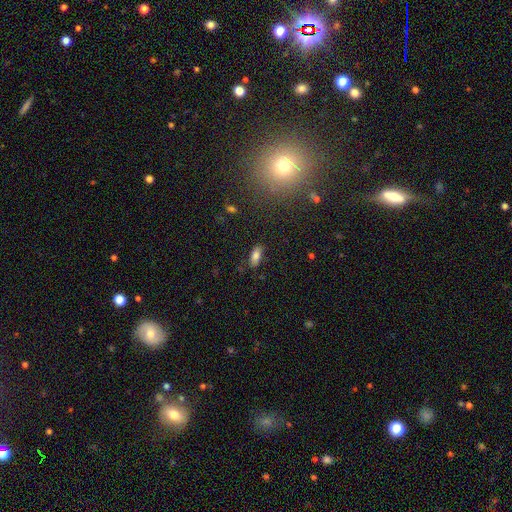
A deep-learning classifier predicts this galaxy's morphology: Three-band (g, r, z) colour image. It shows a smooth galaxy with no disk features (79%) that is in between round and cigar-shaped (83%). Merging: none (83%).